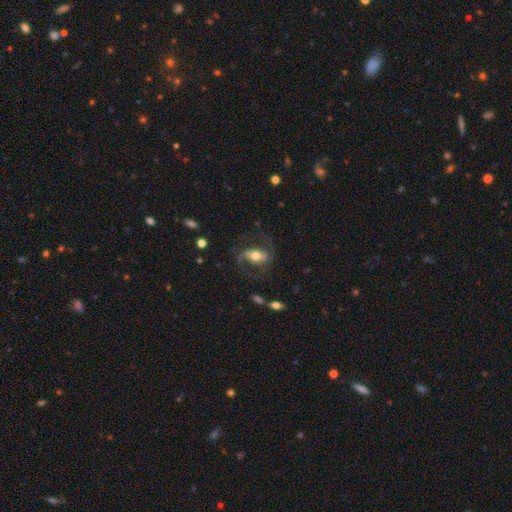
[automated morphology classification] Overall: featured or disk (73%). Edge-on disk: no (95%). Bar: weak (36%; no 33%). Spiral arms: yes (87%). Spiral arm count: 2 (89%). Spiral winding: medium (51%; loose 36%). Bulge size: moderate (68%). Merging: none (65%).